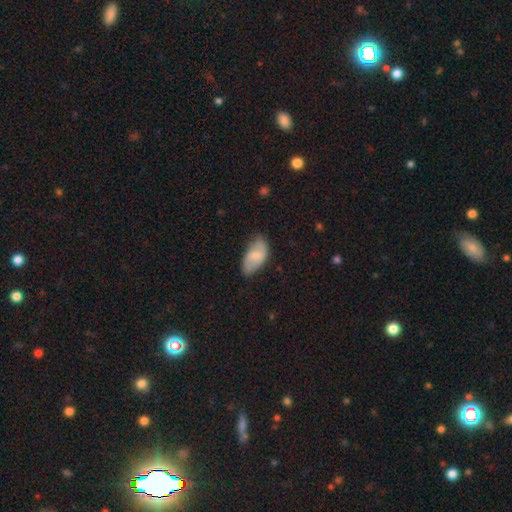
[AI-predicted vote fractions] Morphology: type=smooth (68%); roundness=in between (94%); merging=none (61%).